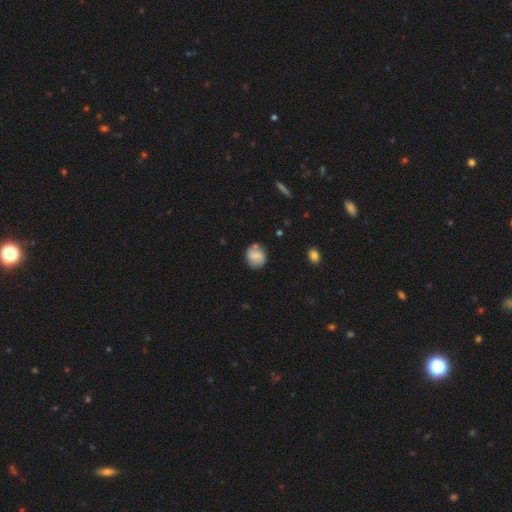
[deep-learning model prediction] A smooth galaxy with no disk features (67%) that is round (81%).

Vote fractions:
- Smooth or featured? smooth: 67% / featured or disk: 25% / star or artifact: 8%
- How rounded? round: 81% / in between: 18% / cigar-shaped: 1%
- Merging? none: 72% / minor disturbance: 17% / merger: 6% / major disturbance: 4%